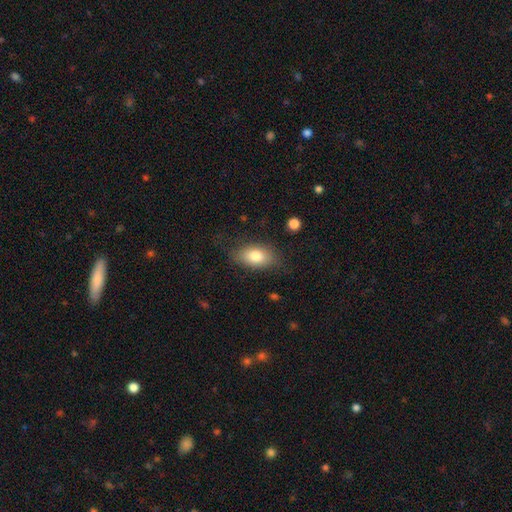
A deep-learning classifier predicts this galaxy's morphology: The model was most divided on "merging": none: 76%, minor disturbance: 17%, major disturbance: 6%, merger: 1%. More confident: how rounded — in between (89%); smooth or featured — smooth (79%).